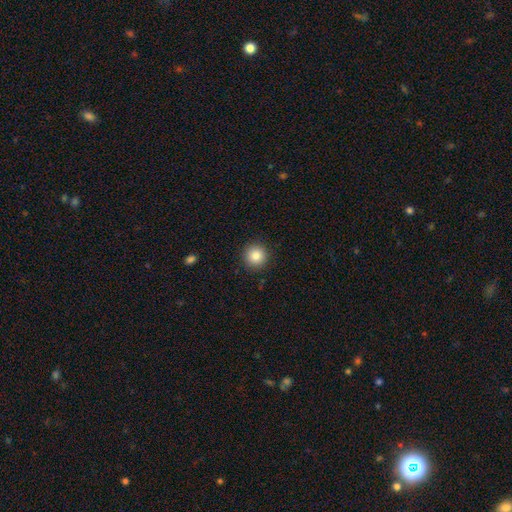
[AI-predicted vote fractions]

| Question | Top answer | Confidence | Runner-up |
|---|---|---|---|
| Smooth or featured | smooth | 84% | star or artifact (10%) |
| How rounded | round | 95% | in between (5%) |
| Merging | none | 91% | minor disturbance (6%) |